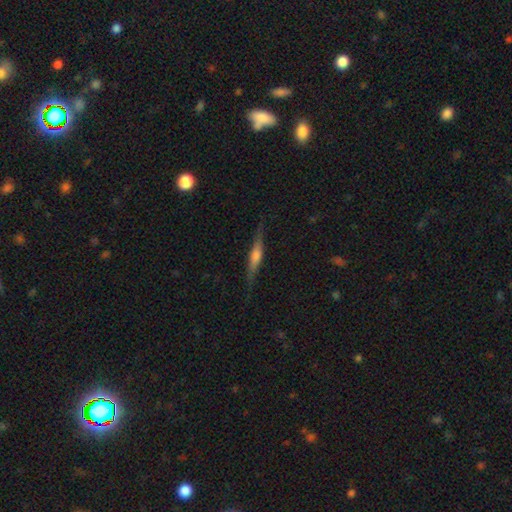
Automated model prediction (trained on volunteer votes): Morphology: type=featured or disk (62%); edge-on=yes (96%); edge-on bulge=rounded (72%); merging=none (83%).